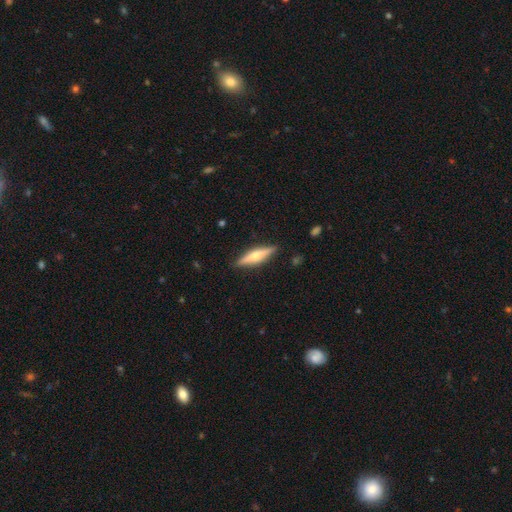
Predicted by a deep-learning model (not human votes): Smooth or featured? featured or disk (60%)
Edge-on disk? yes (96%)
Edge-on bulge? rounded (89%)
Merging? none (89%)